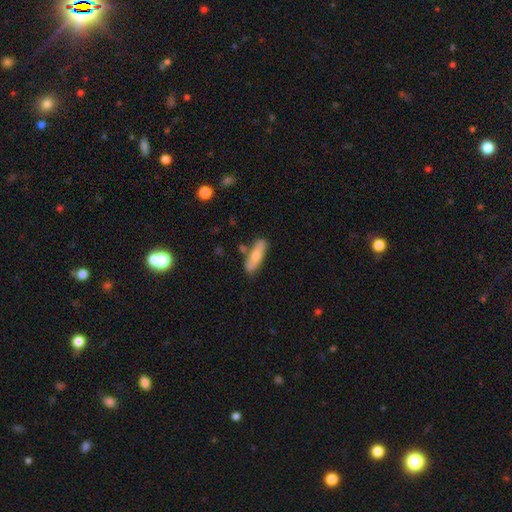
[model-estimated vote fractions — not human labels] smooth_or_featured: smooth (p=0.70) [alt: featured or disk p=0.24]
how_rounded: in between (p=0.50) [alt: cigar-shaped p=0.48]
merging: none (p=0.69) [alt: minor disturbance p=0.18]